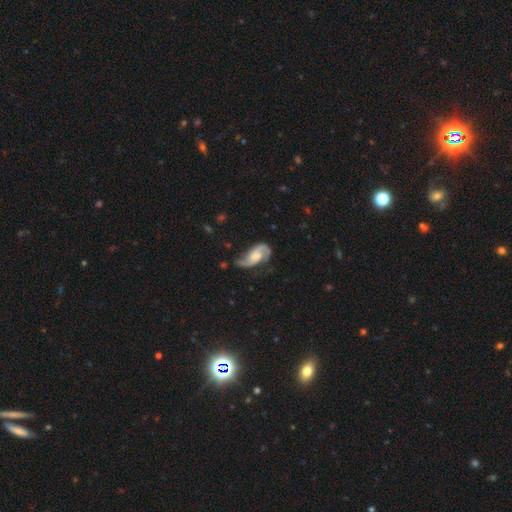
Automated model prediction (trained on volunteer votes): smooth_or_featured: featured or disk (p=0.84) [alt: smooth p=0.11]
disk_edge_on: no (p=0.97) [alt: yes p=0.03]
bar: no (p=0.52) [alt: weak p=0.37]
has_spiral_arms: yes (p=0.96) [alt: no p=0.04]
spiral_winding: medium (p=0.44) [alt: loose p=0.39]
spiral_arm_count: 2 (p=0.89) [alt: 1 p=0.04]
bulge_size: moderate (p=0.43) [alt: small p=0.23]
merging: none (p=0.56) [alt: minor disturbance p=0.26]